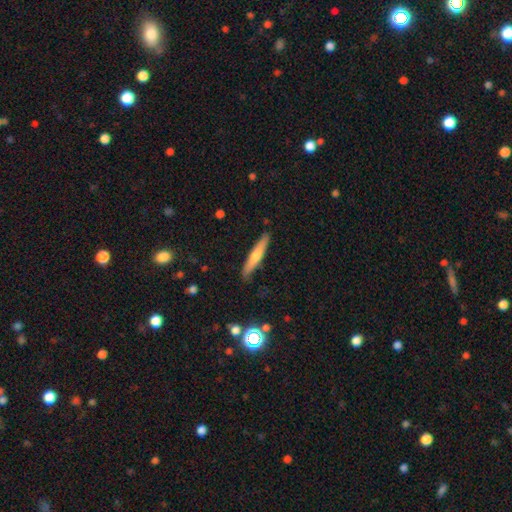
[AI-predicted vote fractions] A smooth galaxy with no disk features (52%) that is cigar-shaped (91%). Merging: none (87%).